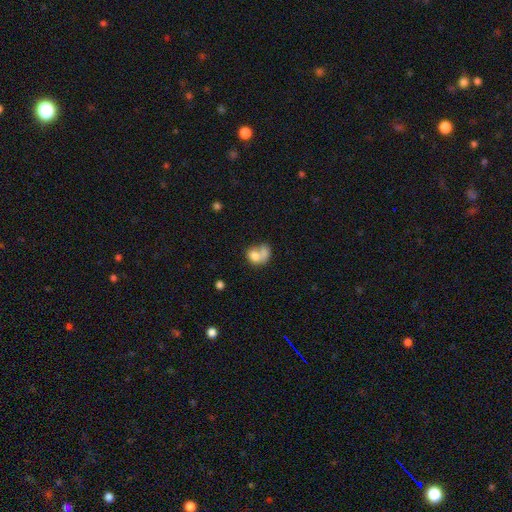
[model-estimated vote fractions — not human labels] Morphology: type=smooth (72%); roundness=in between (56%); merging=merger (57%).